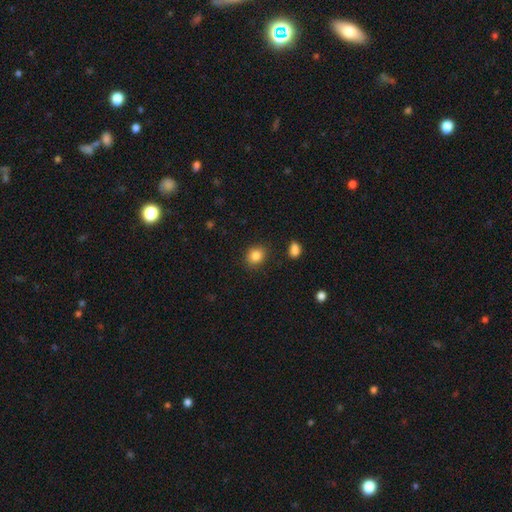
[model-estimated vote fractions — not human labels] This appears to be a smooth galaxy with no disk features (85%) that is round (65%). Merging: none (86%).